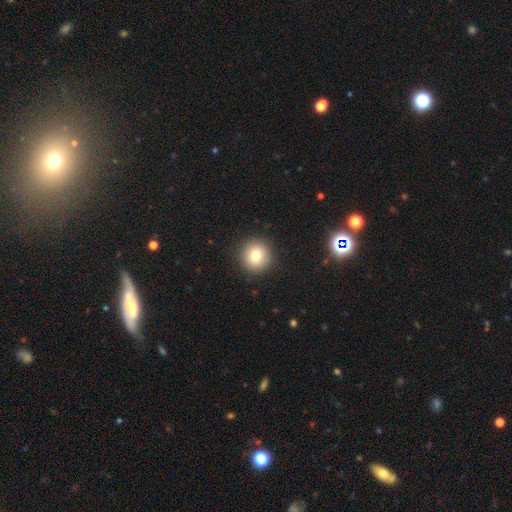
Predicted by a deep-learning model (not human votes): This appears to be a smooth galaxy with no disk features (78%) that is round (94%). Merging: none (92%).